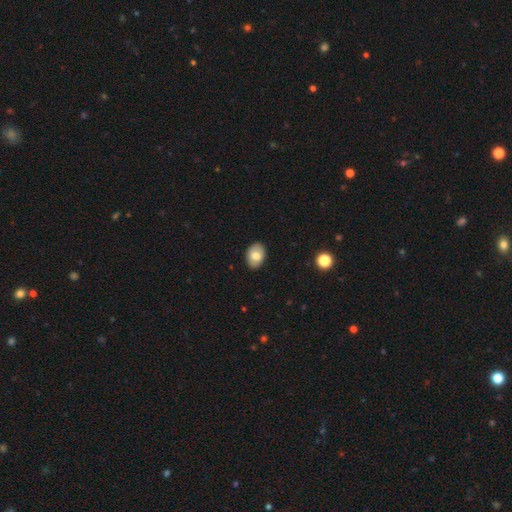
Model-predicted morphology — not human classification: Smooth or featured? smooth (76%)
How rounded? in between (82%)
Merging? none (89%)